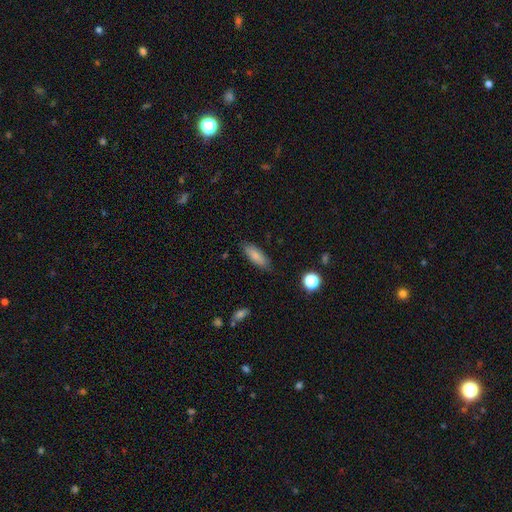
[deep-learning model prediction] A smooth galaxy with no disk features (83%) that is in between round and cigar-shaped (64%).

Vote fractions:
- Smooth or featured? smooth: 83% / featured or disk: 10% / star or artifact: 8%
- How rounded? in between: 64% / cigar-shaped: 34% / round: 2%
- Merging? none: 82% / minor disturbance: 13% / major disturbance: 3% / merger: 1%